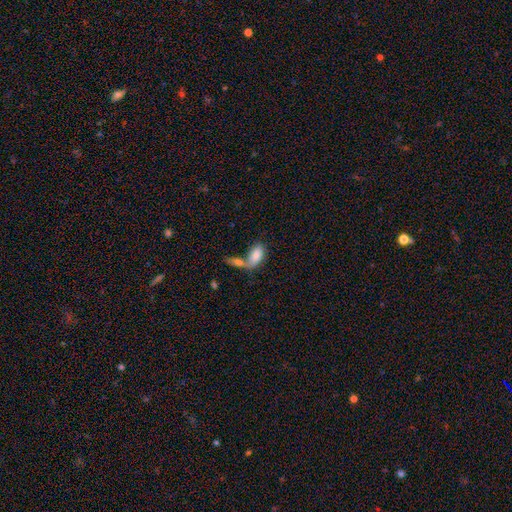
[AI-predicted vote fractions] The model was most divided on "merging": merger: 57%, none: 26%, minor disturbance: 10%, major disturbance: 7%. More confident: how rounded — in between (91%); smooth or featured — smooth (82%).